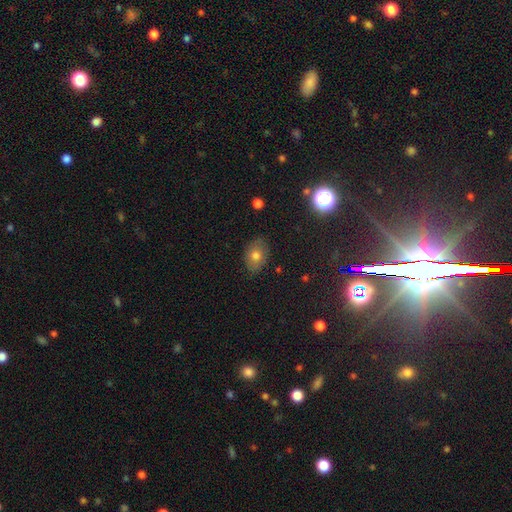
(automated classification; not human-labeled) Overall: smooth (72%). How rounded: in between (74%). Merging: none (81%).